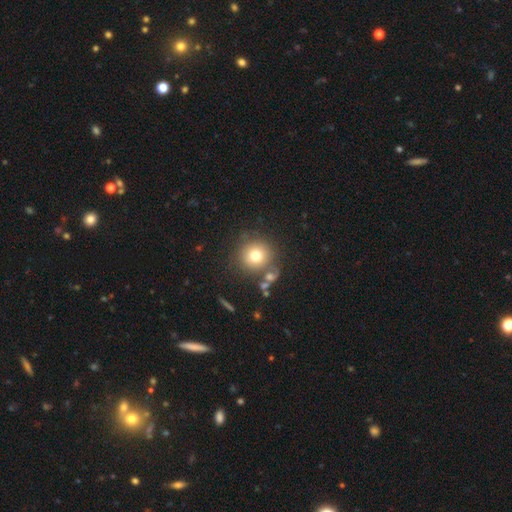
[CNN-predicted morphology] The model was most divided on "smooth or featured": smooth: 75%, star or artifact: 13%, featured or disk: 12%. More confident: how rounded — round (92%); merging — none (76%).